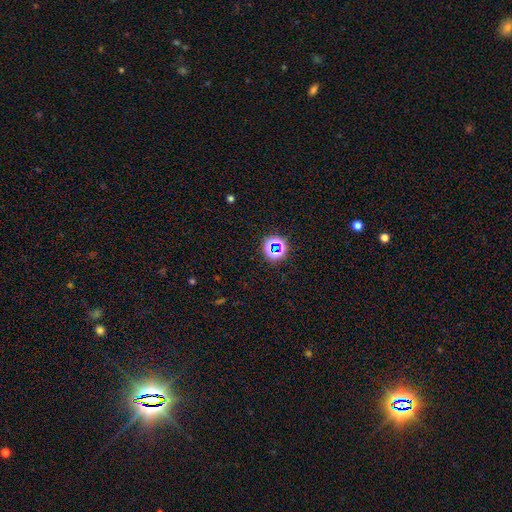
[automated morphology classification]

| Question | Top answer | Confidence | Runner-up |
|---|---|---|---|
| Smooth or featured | star or artifact | 70% | smooth (21%) |